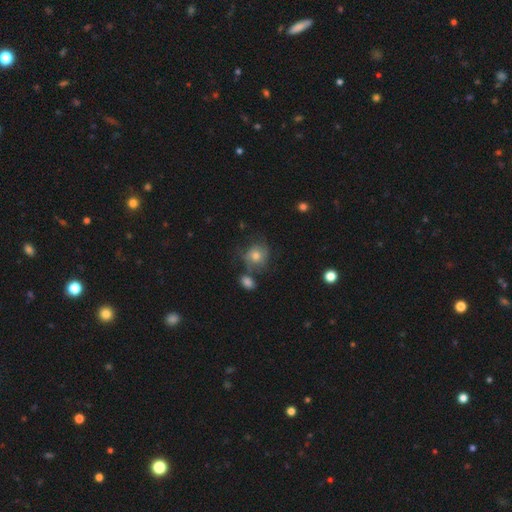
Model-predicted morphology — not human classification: Smooth or featured?
  - smooth: 55% *
  - featured or disk: 32%
  - star or artifact: 13%
How rounded?
  - round: 75% *
  - in between: 24%
  - cigar-shaped: 1%
Merging?
  - none: 56% *
  - minor disturbance: 22%
  - major disturbance: 11%
  - merger: 11%